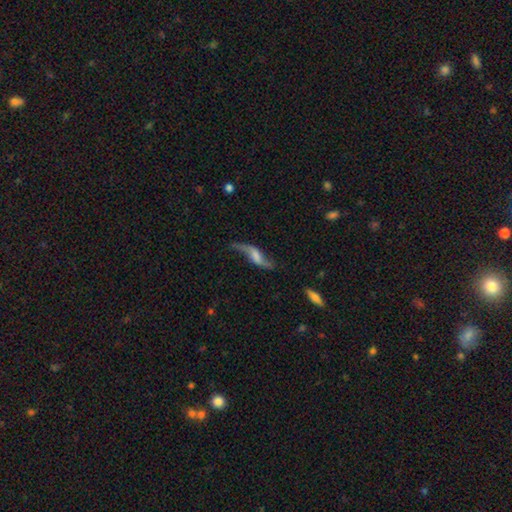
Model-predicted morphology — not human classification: Smooth or featured?
  - featured or disk: 77% *
  - smooth: 16%
  - star or artifact: 7%
Edge-on disk?
  - no: 88% *
  - yes: 12%
Bar?
  - weak: 43% *
  - no: 36%
  - strong: 21%
Spiral arms?
  - yes: 92% *
  - no: 8%
Spiral winding?
  - loose: 92% *
  - medium: 6%
  - tight: 2%
Spiral arm count?
  - 2: 91% *
  - 1: 4%
  - can't tell: 2%
  - 3: 1%
  - 4: 1%
  - more than 4: 1%
Bulge size?
  - none: 43% *
  - moderate: 22%
  - small: 22%
  - large: 11%
  - dominant: 3%
Merging?
  - none: 59% *
  - minor disturbance: 21%
  - major disturbance: 15%
  - merger: 5%